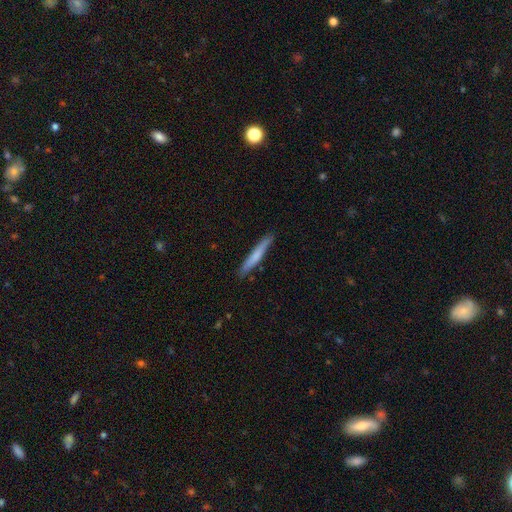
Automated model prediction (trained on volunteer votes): This is likely a smooth galaxy (67%). How rounded: clearly cigar-shaped (96%). Merging: clearly none (88%).